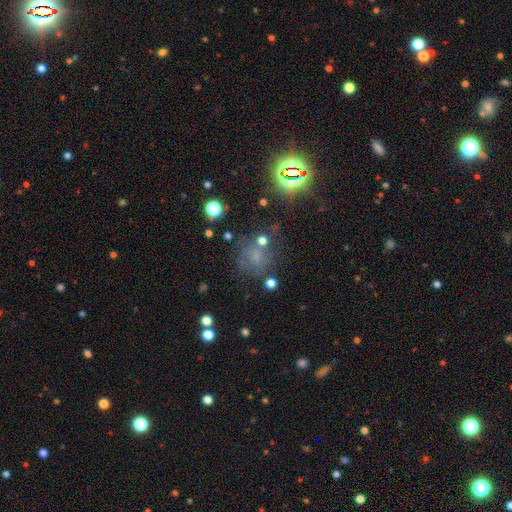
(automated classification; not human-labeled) This is marginally a smooth galaxy (41%). Merging: possibly none (58%).